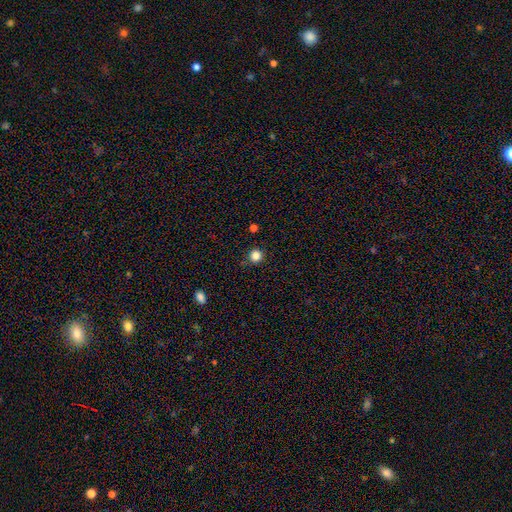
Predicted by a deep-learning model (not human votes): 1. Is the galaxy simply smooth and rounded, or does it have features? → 84% smooth, 13% star or artifact, 4% featured or disk.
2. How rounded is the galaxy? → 93% round, 6% in between, 1% cigar-shaped.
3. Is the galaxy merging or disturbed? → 88% none, 8% minor disturbance, 2% merger, 2% major disturbance.